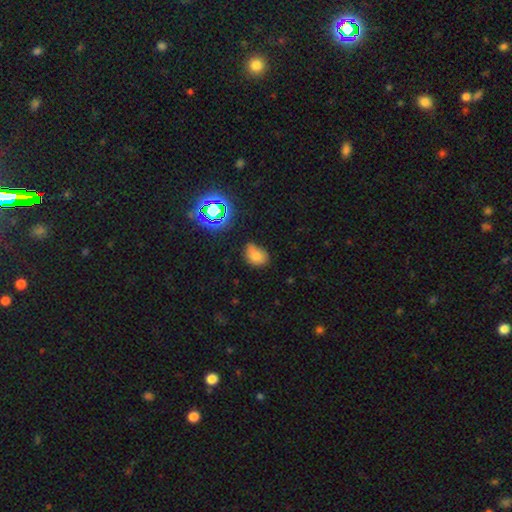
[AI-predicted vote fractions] Overall: smooth (72%). How rounded: in between (69%; round 30%). Merging: none (54%; minor disturbance 33%).